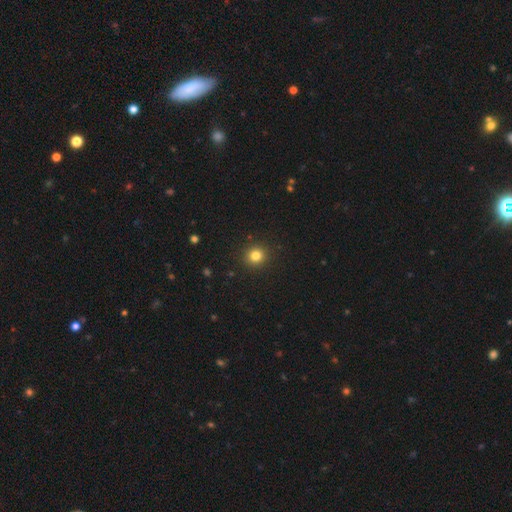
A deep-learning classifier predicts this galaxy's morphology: smooth 82%, star or artifact 13%, featured or disk 5%. Down the decision tree: how rounded — round (89%); merging — none (91%).